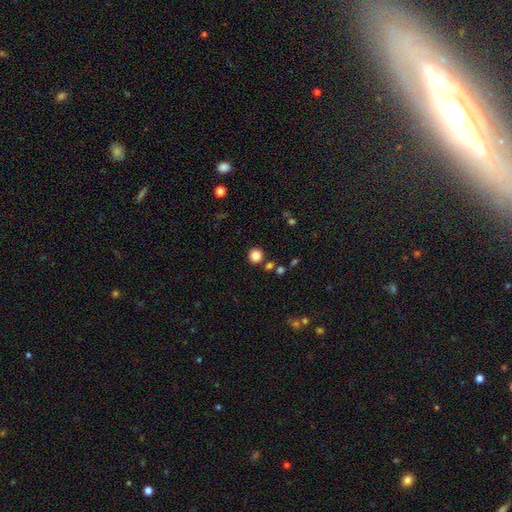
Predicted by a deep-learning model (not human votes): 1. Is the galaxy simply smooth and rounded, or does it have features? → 85% smooth, 11% star or artifact, 4% featured or disk.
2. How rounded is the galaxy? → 94% round, 5% in between, 1% cigar-shaped.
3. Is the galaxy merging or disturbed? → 86% none, 6% minor disturbance, 5% merger, 2% major disturbance.